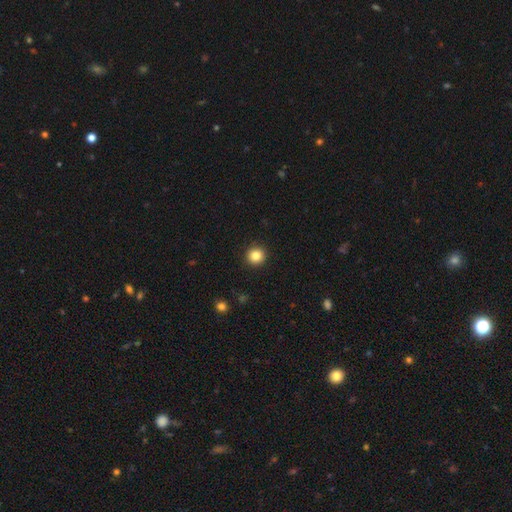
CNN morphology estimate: This appears to be a smooth galaxy with no disk features (84%) that is round (93%). Merging: none (93%).